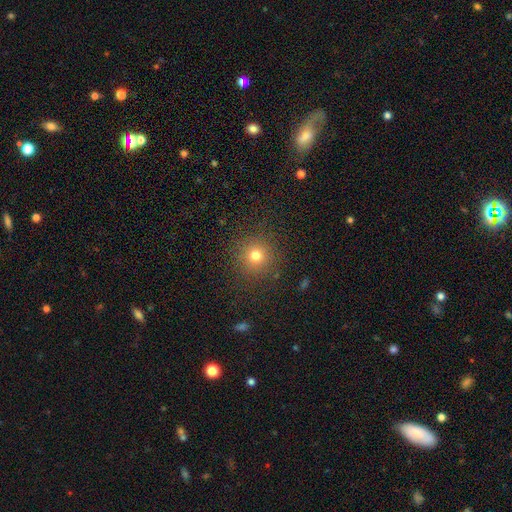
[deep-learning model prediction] Overall: smooth (75%). How rounded: round (94%). Merging: none (88%).